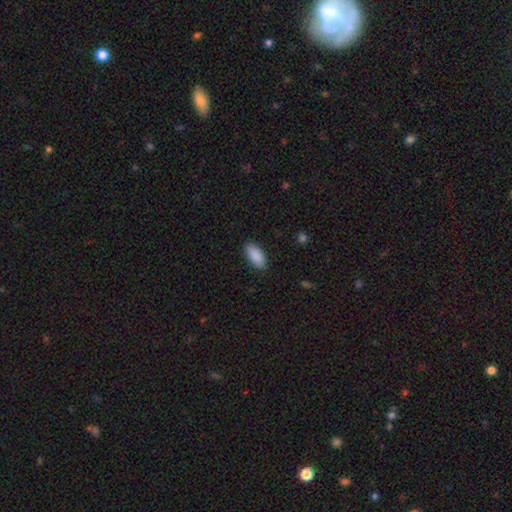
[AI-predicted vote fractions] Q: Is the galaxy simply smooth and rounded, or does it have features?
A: smooth — 90%.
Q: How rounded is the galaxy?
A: in between — 91%.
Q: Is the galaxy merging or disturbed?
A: none — 87%.